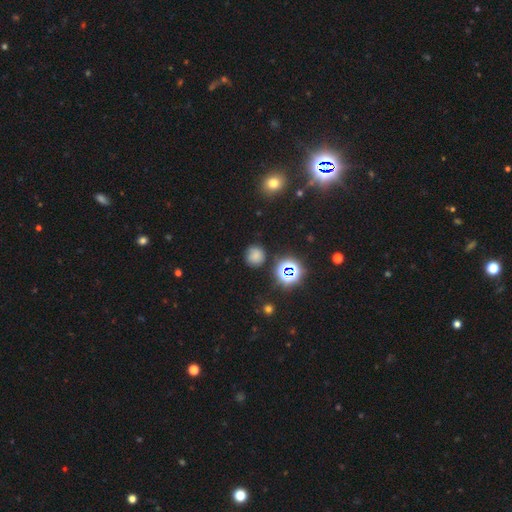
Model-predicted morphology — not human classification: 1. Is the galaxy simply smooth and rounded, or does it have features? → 67% smooth, 24% star or artifact, 10% featured or disk.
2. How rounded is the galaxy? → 87% round, 12% in between, 1% cigar-shaped.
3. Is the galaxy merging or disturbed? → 76% none, 15% minor disturbance, 5% major disturbance, 3% merger.